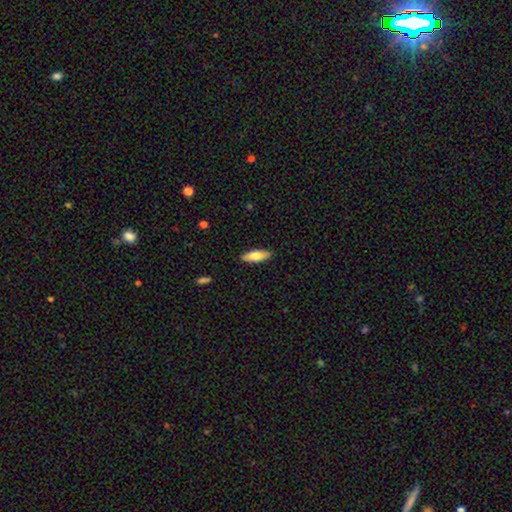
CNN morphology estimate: Smooth or featured: smooth — 73% (featured or disk — 21%)
How rounded: in between — 58% (cigar-shaped — 40%)
Merging: none — 88% (minor disturbance — 9%)